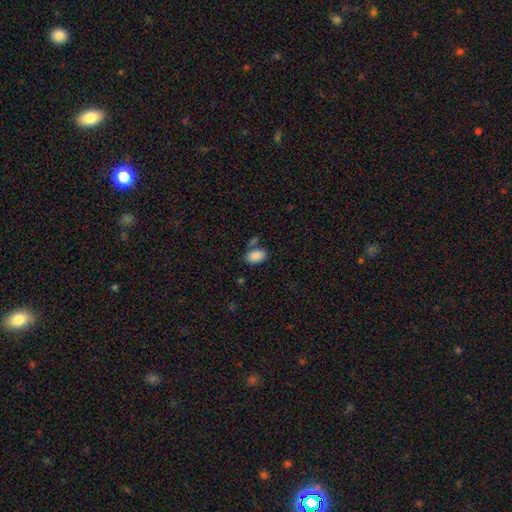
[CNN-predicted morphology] type=smooth (88%); roundness=in between (92%); merging=none (69%).